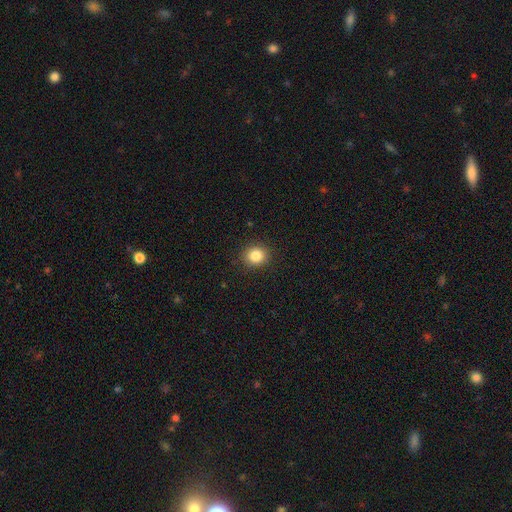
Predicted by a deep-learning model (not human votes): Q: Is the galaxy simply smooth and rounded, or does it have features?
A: smooth — 84%.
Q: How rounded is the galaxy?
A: round — 81%.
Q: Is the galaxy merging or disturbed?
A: none — 90%.